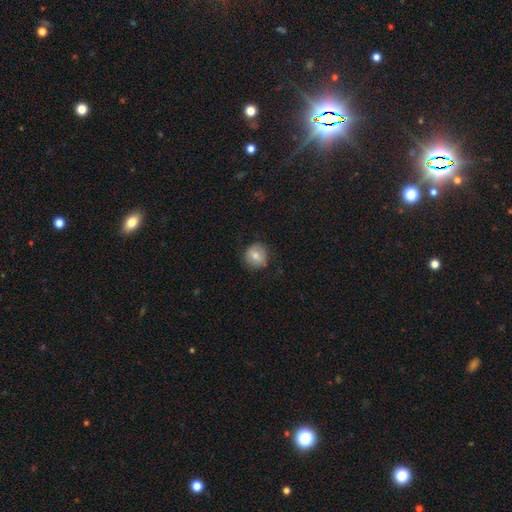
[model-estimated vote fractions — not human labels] Morphology: type=smooth (74%); roundness=round (85%); merging=none (77%).